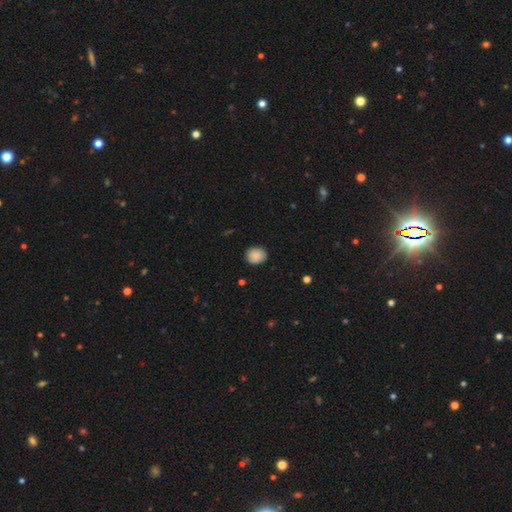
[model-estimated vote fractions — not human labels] smooth 89%, star or artifact 8%, featured or disk 4%. Down the decision tree: how rounded — round (75%); merging — none (87%).